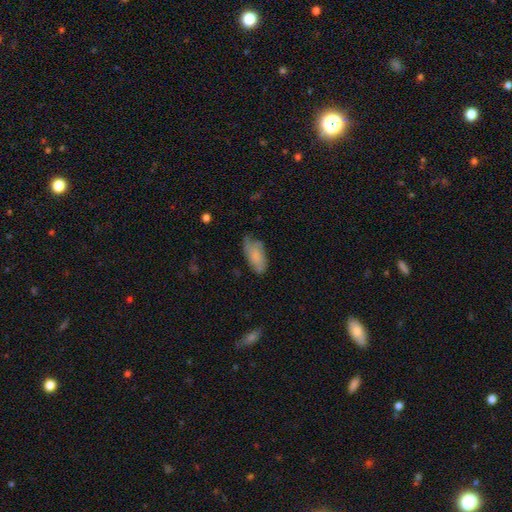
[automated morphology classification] type=smooth (66%); roundness=in between (91%); merging=none (59%).